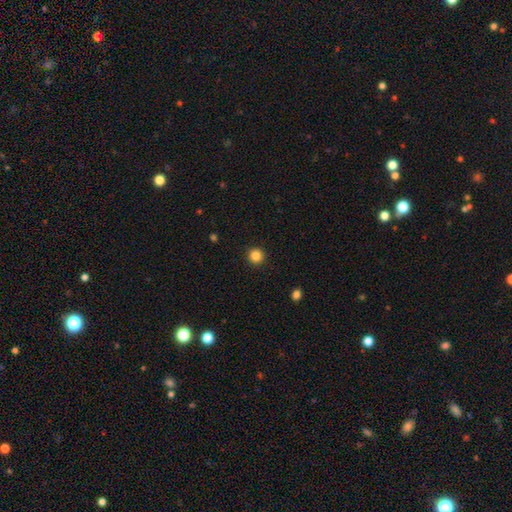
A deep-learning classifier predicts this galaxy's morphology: This appears to be a smooth galaxy with no disk features (85%) that is round (95%). Merging: none (93%).